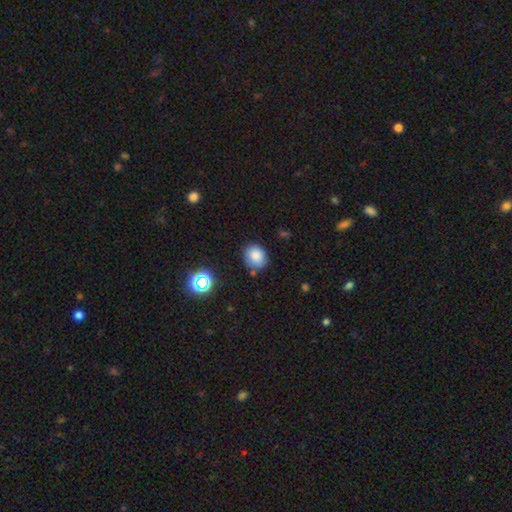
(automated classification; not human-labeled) A smooth galaxy with no disk features (81%) that is round (52%).

Vote fractions:
- Smooth or featured? smooth: 81% / star or artifact: 12% / featured or disk: 7%
- How rounded? round: 52% / in between: 47% / cigar-shaped: 1%
- Merging? none: 76% / minor disturbance: 16% / merger: 4% / major disturbance: 4%